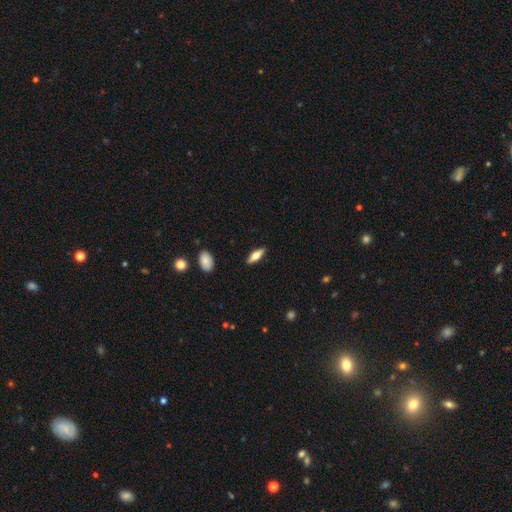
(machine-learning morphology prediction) Overall: smooth (55%; featured or disk 38%). How rounded: in between (59%; cigar-shaped 38%). Merging: none (88%).